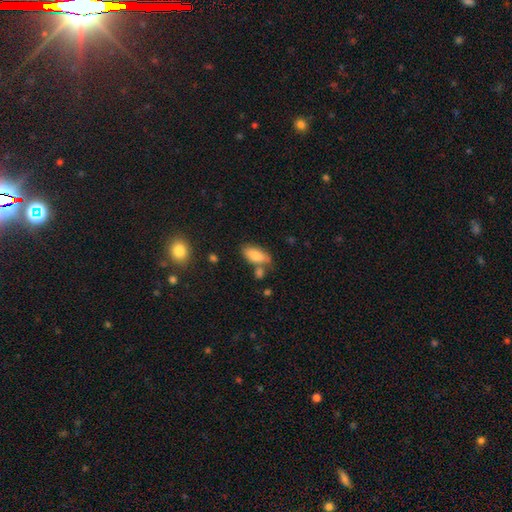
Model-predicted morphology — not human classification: Smooth or featured?
  - smooth: 82% *
  - featured or disk: 11%
  - star or artifact: 7%
How rounded?
  - in between: 87% *
  - cigar-shaped: 11%
  - round: 3%
Merging?
  - none: 61% *
  - minor disturbance: 18%
  - merger: 16%
  - major disturbance: 5%